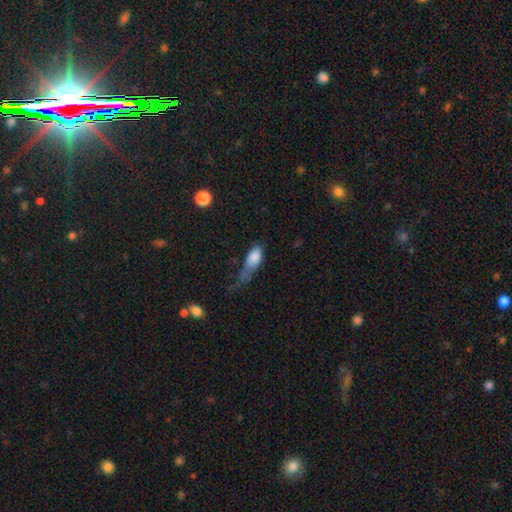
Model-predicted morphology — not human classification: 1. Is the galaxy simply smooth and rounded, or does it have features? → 79% smooth, 13% featured or disk, 8% star or artifact.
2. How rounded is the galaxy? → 78% in between, 17% cigar-shaped, 5% round.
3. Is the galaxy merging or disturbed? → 45% major disturbance, 32% minor disturbance, 18% none, 5% merger.